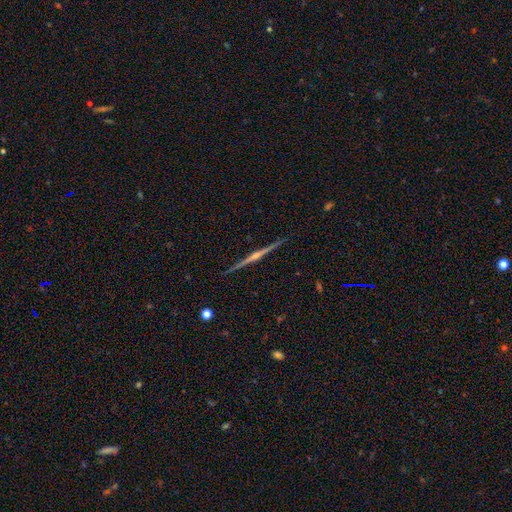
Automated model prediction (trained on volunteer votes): smooth_or_featured: featured or disk (p=0.86) [alt: smooth p=0.09]
disk_edge_on: yes (p=0.99) [alt: no p=0.01]
edge_on_bulge: rounded (p=0.87) [alt: none p=0.09]
merging: none (p=0.92) [alt: minor disturbance p=0.06]